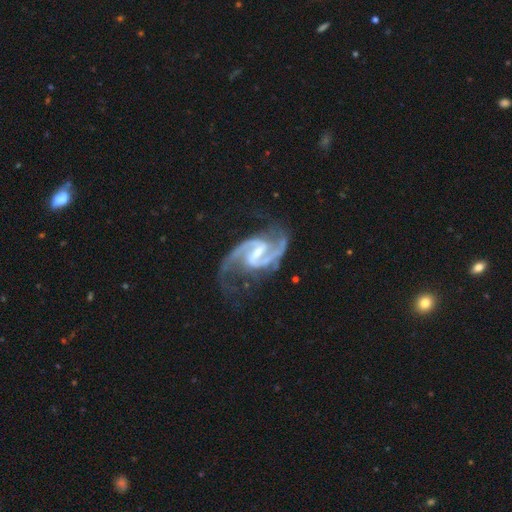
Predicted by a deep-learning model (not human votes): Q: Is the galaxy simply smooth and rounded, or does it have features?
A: featured or disk — 93%.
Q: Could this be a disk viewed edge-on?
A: no — 98%.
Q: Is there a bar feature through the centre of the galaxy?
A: weak — 46%.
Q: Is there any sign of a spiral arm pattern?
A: yes — 99%.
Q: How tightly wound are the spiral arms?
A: medium — 60%.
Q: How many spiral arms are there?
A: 2 — 93%.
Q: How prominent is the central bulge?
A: small — 56%.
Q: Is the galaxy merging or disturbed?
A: none — 71%.